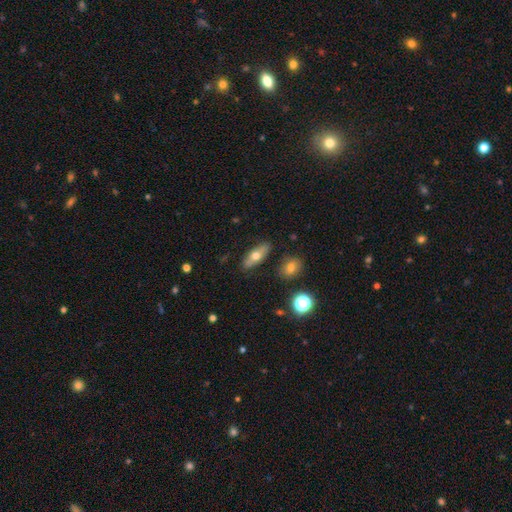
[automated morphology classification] type=smooth (60%); roundness=in between (63%); merging=none (85%).